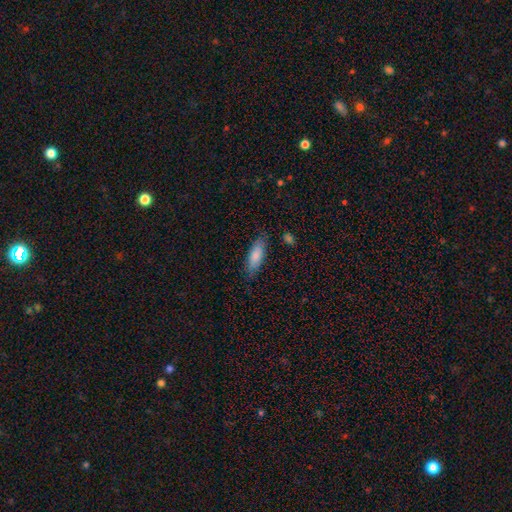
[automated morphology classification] Smooth or featured? Predicted: smooth (p=0.82). How rounded? Predicted: in between (p=0.65). Merging? Predicted: none (p=0.80).